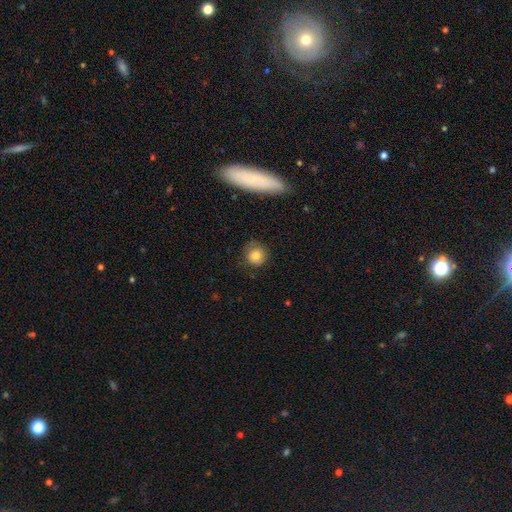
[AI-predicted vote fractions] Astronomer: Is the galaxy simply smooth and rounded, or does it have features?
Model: smooth — 79%.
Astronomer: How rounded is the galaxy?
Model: round — 89%.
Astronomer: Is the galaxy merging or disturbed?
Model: none — 75%.